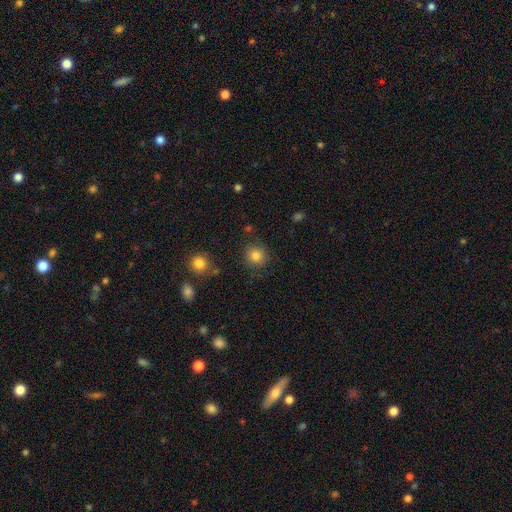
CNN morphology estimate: A smooth galaxy with no disk features (83%) that is round (88%). Merging: none (83%).